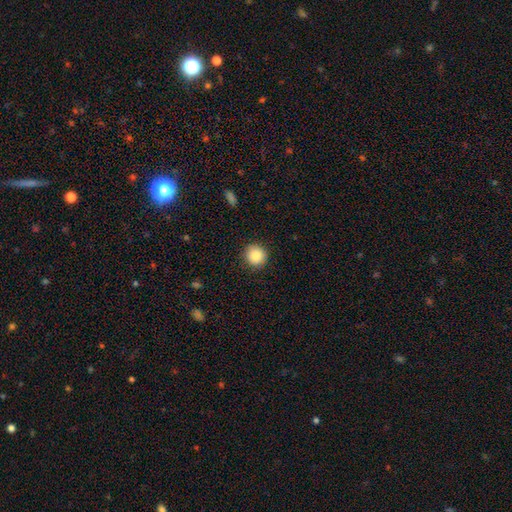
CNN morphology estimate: This appears to be a smooth galaxy with no disk features (87%) that is round (93%). Merging: none (91%).